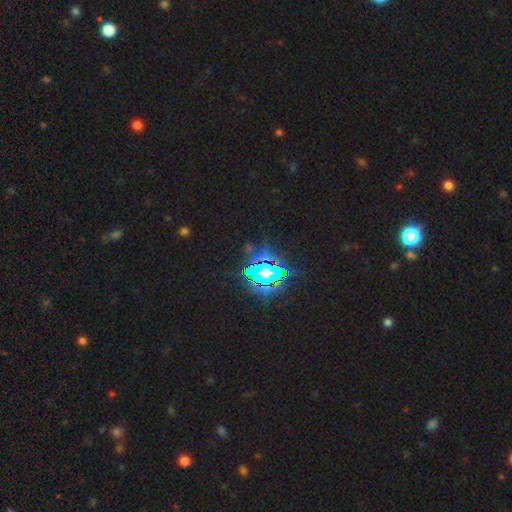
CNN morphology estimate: A star or artifact, not a galaxy (82%).